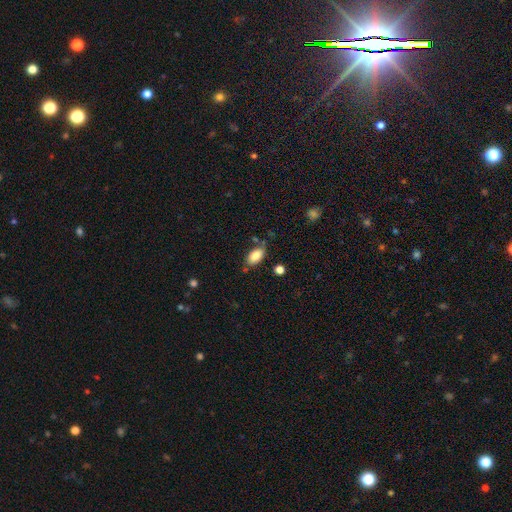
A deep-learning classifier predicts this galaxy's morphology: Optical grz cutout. It shows a smooth galaxy with no disk features (83%) that is in between round and cigar-shaped (92%). Merging: none (71%).